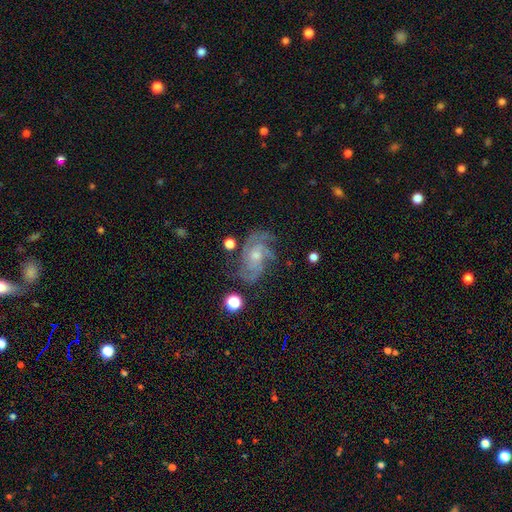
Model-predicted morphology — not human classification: A featured or disk galaxy (87%) with no bar (69%), 3 (38%) medium (46%) spiral arms (97%) and a small central bulge (57%). Merging: none (67%).